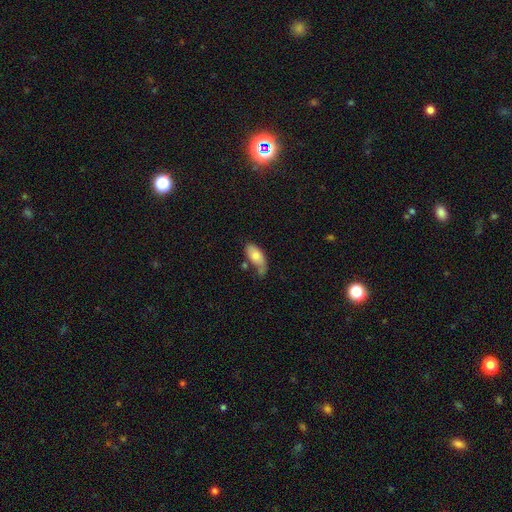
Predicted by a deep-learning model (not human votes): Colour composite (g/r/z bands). It shows a smooth galaxy with no disk features (75%) that is in between round and cigar-shaped (88%). Merging: none (40%).